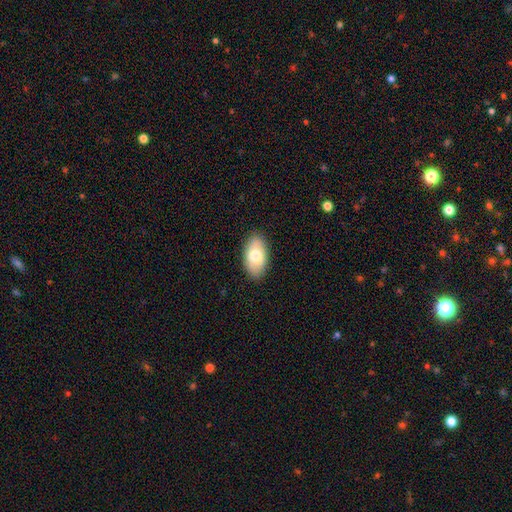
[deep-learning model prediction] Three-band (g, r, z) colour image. It shows a smooth galaxy with no disk features (75%) that is in between round and cigar-shaped (94%). Merging: none (87%).